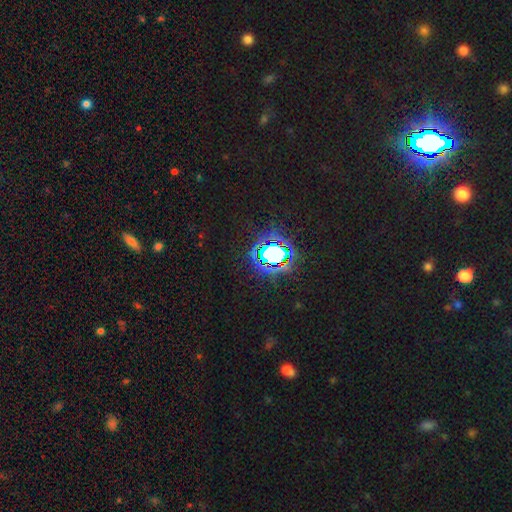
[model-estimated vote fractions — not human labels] Morphology: type=star or artifact (79%).